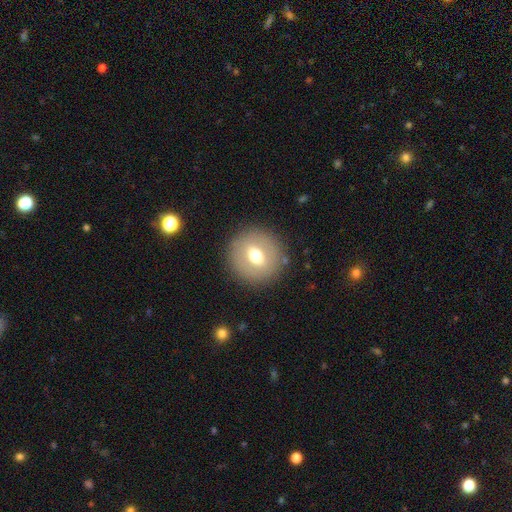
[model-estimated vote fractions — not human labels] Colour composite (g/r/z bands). It shows a smooth galaxy with no disk features (60%) that is round (89%). Merging: none (88%).